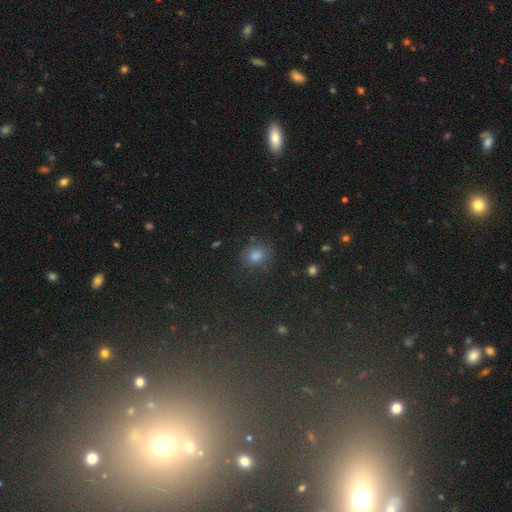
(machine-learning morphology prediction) A smooth galaxy with no disk features (71%) that is round (63%).

Vote fractions:
- Smooth or featured? smooth: 71% / star or artifact: 21% / featured or disk: 8%
- How rounded? round: 63% / in between: 35% / cigar-shaped: 1%
- Merging? none: 80% / minor disturbance: 13% / major disturbance: 4% / merger: 2%